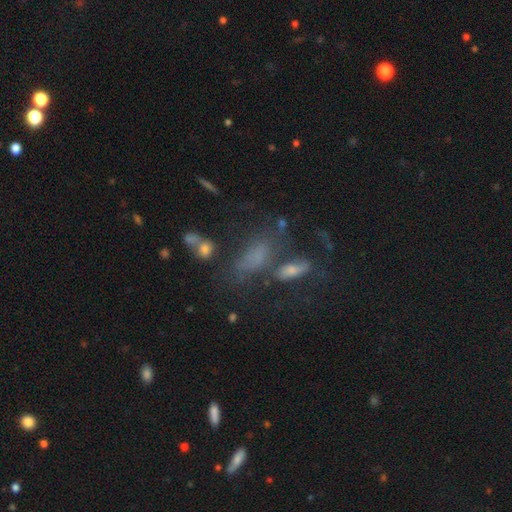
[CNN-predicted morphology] Smooth or featured?
  - smooth: 47% *
  - featured or disk: 29%
  - star or artifact: 24%
Merging?
  - none: 39% *
  - merger: 26%
  - major disturbance: 18%
  - minor disturbance: 18%